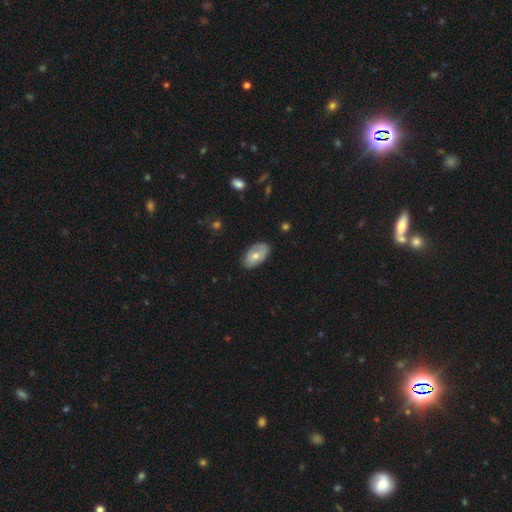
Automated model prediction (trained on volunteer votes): smooth 60%, featured or disk 33%, star or artifact 6%. Down the decision tree: how rounded — in between (93%); merging — none (77%).